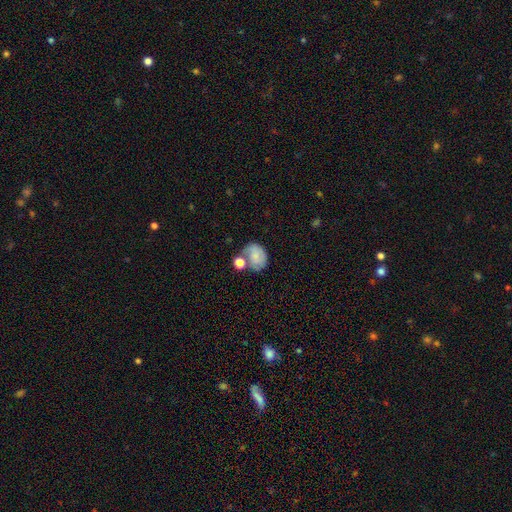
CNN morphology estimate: smooth 72%, featured or disk 20%, star or artifact 8%. Down the decision tree: how rounded — in between (52%); merging — none (40%).